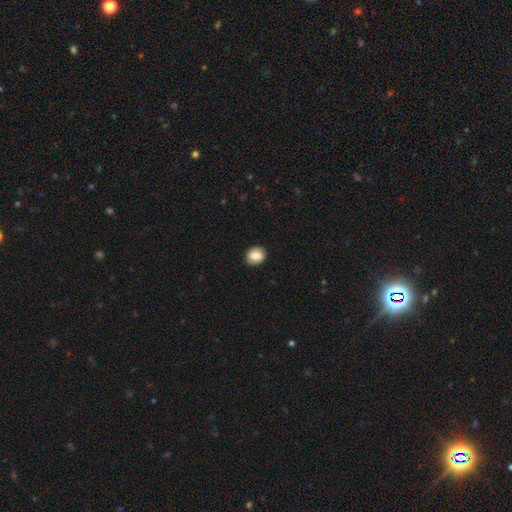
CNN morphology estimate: Smooth or featured? smooth (78%)
How rounded? round (62%)
Merging? none (88%)